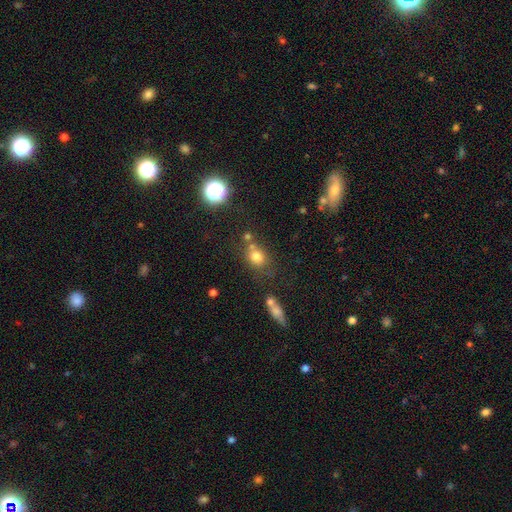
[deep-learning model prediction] smooth_or_featured: smooth (p=0.74) [alt: star or artifact p=0.16]
how_rounded: round (p=0.59) [alt: in between p=0.40]
merging: none (p=0.56) [alt: merger p=0.22]